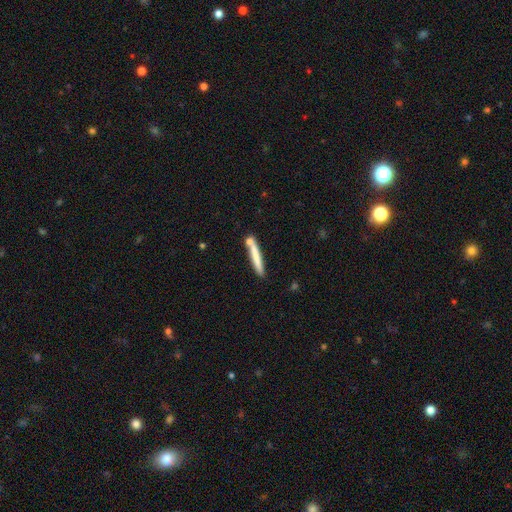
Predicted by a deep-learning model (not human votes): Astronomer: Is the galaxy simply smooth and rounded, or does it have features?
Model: smooth — 70%.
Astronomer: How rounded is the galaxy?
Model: cigar-shaped — 95%.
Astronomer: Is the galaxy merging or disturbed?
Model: none — 74%.